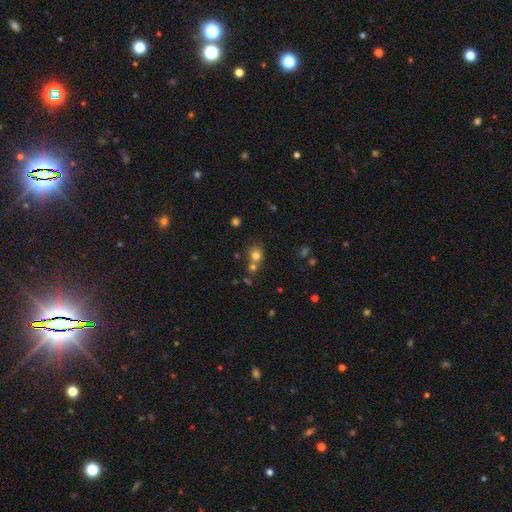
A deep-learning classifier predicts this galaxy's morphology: type=smooth (74%); roundness=round (76%); merging=none (55%).